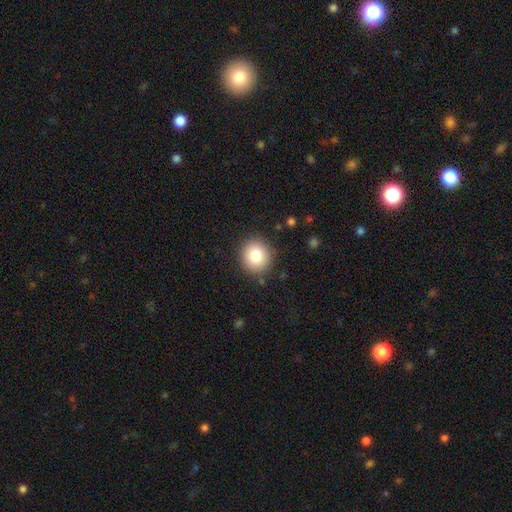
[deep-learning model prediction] This is clearly a smooth galaxy (82%). How rounded: clearly round (86%). Merging: clearly none (89%).